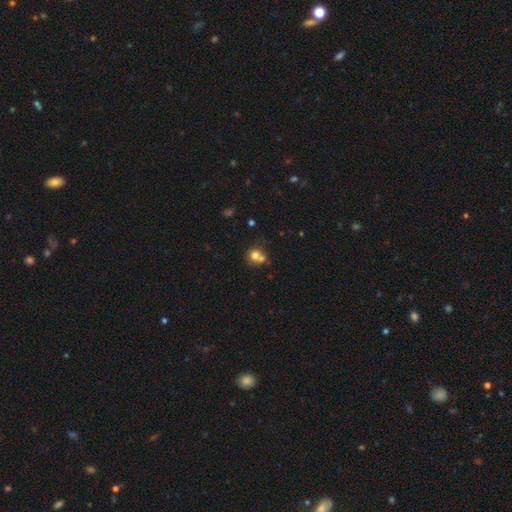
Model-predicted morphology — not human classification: type=smooth (73%); roundness=round (83%); merging=none (46%).